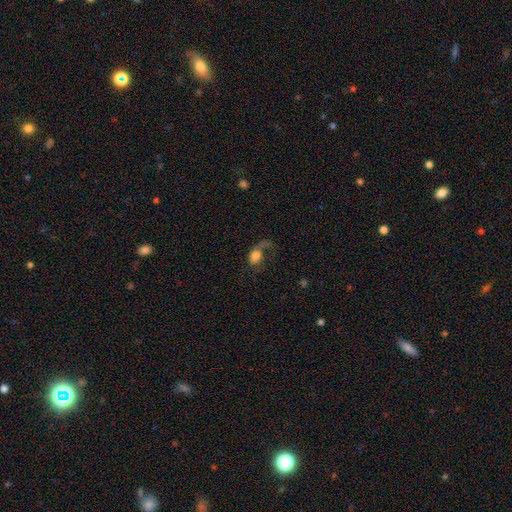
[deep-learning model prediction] smooth 61%, featured or disk 28%, star or artifact 11%. Down the decision tree: how rounded — in between (73%); merging — major disturbance (54%).